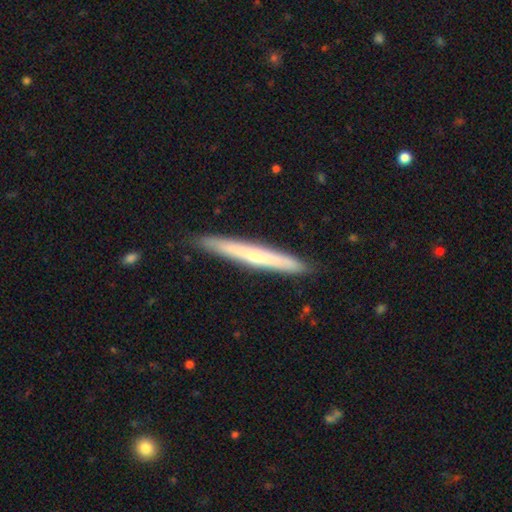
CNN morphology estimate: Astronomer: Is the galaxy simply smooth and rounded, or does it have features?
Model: featured or disk — 51% (runner-up: smooth, 44%).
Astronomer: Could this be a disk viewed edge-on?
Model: yes — 93%.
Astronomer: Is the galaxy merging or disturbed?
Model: none — 89%.